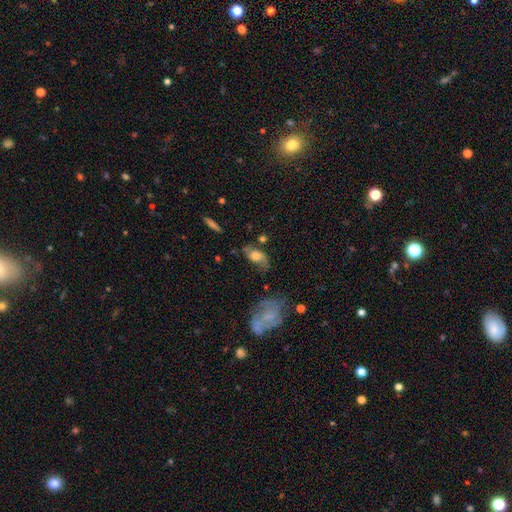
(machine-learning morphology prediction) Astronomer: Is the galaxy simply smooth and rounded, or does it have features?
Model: smooth — 53% (runner-up: featured or disk, 38%).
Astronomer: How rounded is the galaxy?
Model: in between — 82%.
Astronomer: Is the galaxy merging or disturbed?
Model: none — 51% (runner-up: minor disturbance, 28%).